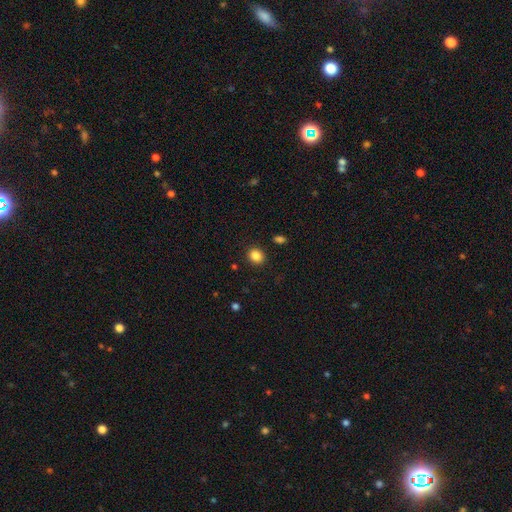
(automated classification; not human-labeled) Morphology: type=smooth (86%); roundness=round (67%); merging=none (89%).